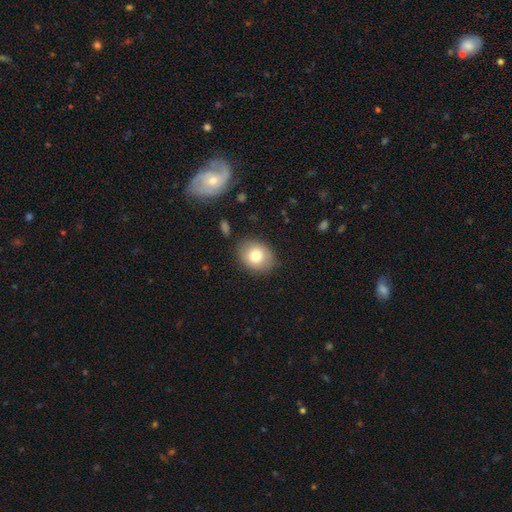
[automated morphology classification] A smooth galaxy with no disk features (78%) that is in between round and cigar-shaped (53%).

Vote fractions:
- Smooth or featured? smooth: 78% / featured or disk: 14% / star or artifact: 8%
- How rounded? in between: 53% / round: 46% / cigar-shaped: 1%
- Merging? none: 83% / minor disturbance: 12% / major disturbance: 3% / merger: 2%